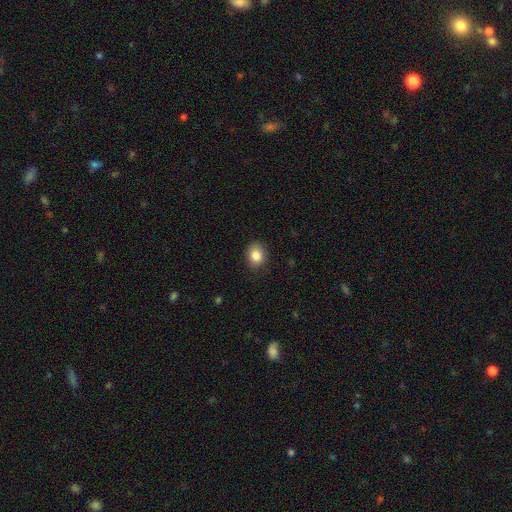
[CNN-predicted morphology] A smooth galaxy with no disk features (85%) that is round (54%).

Vote fractions:
- Smooth or featured? smooth: 85% / star or artifact: 9% / featured or disk: 6%
- How rounded? round: 54% / in between: 45% / cigar-shaped: 1%
- Merging? none: 86% / minor disturbance: 11% / major disturbance: 2% / merger: 1%